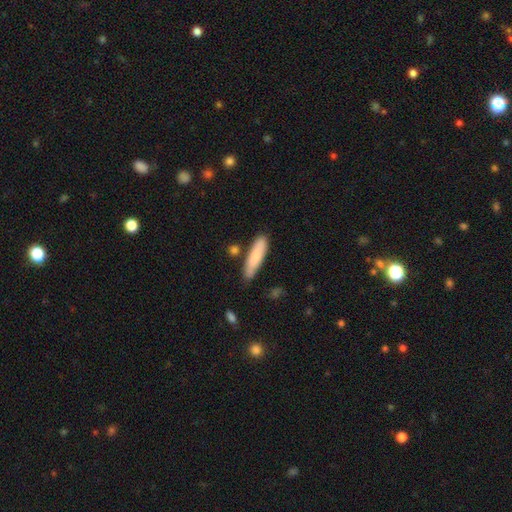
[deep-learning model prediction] Q: Smooth or featured?
A: smooth (80%); runner-up: featured or disk (15%)
Q: How rounded?
A: cigar-shaped (71%); runner-up: in between (27%)
Q: Merging?
A: none (76%); runner-up: minor disturbance (17%)